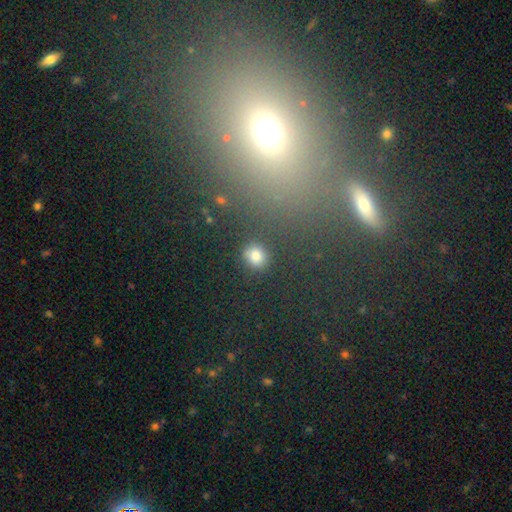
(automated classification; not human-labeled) Smooth or featured? smooth (80%)
How rounded? round (78%)
Merging? none (85%)